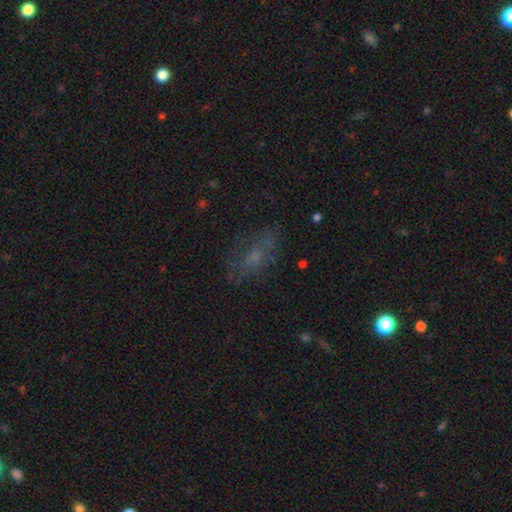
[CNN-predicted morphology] Smooth or featured? Predicted: smooth (p=0.42). Merging? Predicted: none (p=0.65).